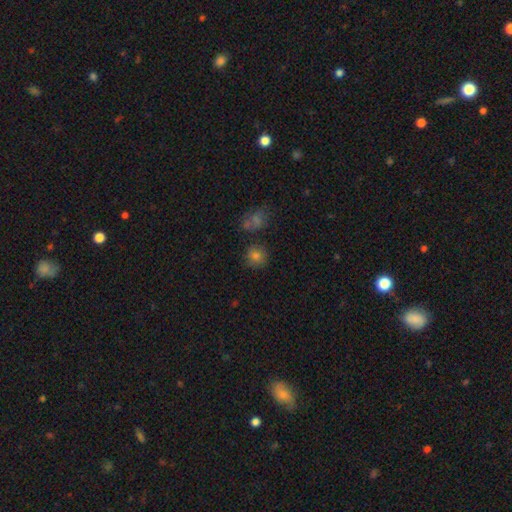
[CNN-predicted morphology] This is likely a smooth galaxy (78%). How rounded: clearly round (88%). Merging: likely none (76%).